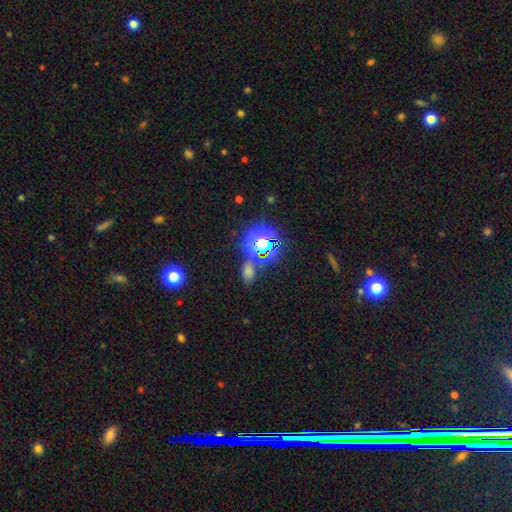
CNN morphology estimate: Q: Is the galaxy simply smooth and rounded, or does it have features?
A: star or artifact — 74%.